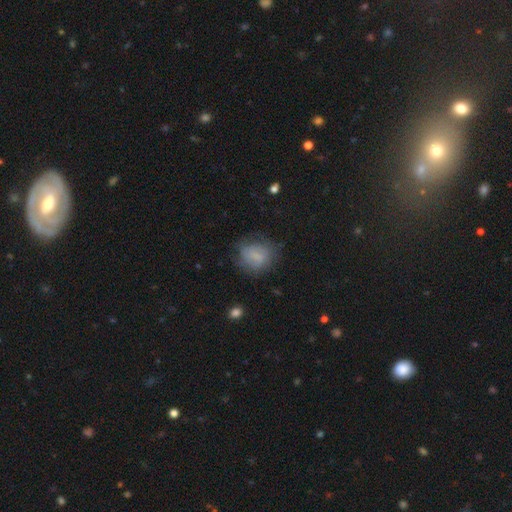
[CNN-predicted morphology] This appears to be a smooth galaxy with no disk features (65%) that is round (58%). Merging: none (61%).